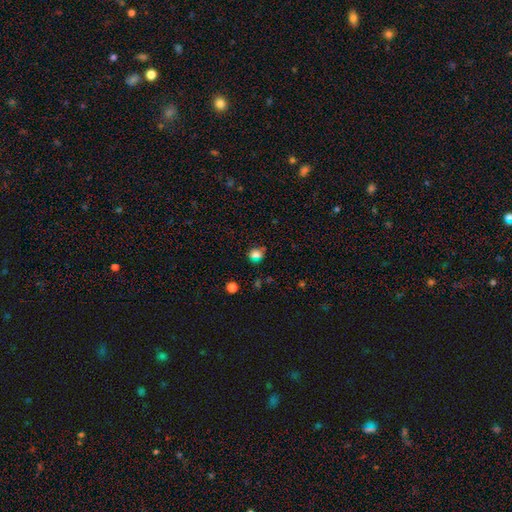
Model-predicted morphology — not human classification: A smooth galaxy with no disk features (70%) that is round (72%). Merging: none (79%).